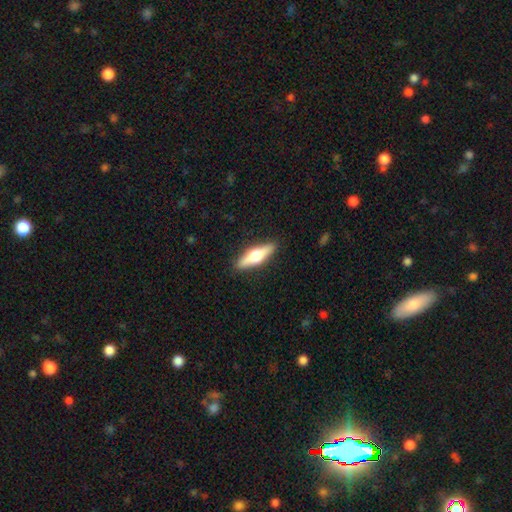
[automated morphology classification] Smooth or featured?
  - featured or disk: 49% *
  - smooth: 46%
  - star or artifact: 5%
Merging?
  - none: 89% *
  - minor disturbance: 8%
  - major disturbance: 2%
  - merger: 1%